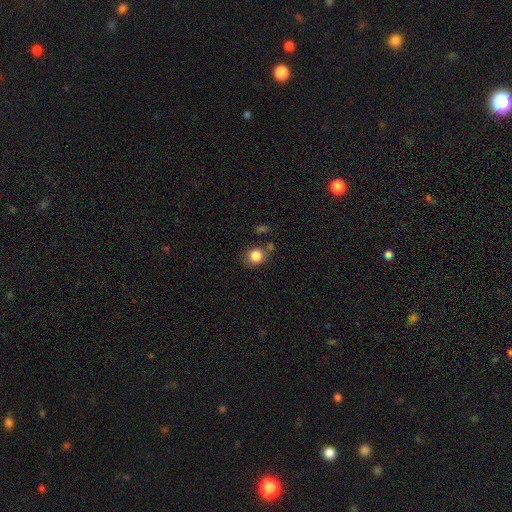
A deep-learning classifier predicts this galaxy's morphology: Overall: smooth (85%). How rounded: round (73%). Merging: none (69%).